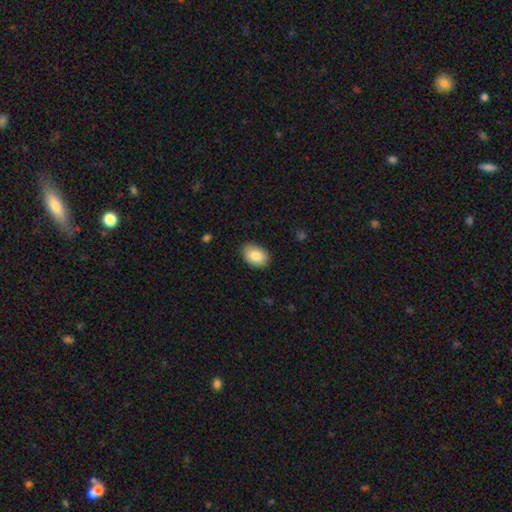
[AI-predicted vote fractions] This is clearly a smooth galaxy (84%). How rounded: clearly in between (85%). Merging: clearly none (87%).